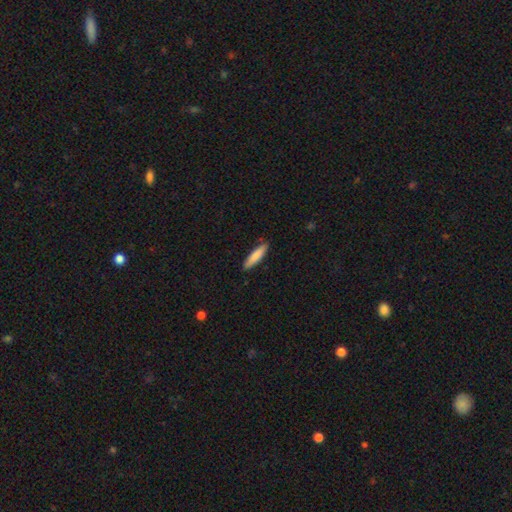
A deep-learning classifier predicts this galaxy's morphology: Overall: smooth (82%). How rounded: cigar-shaped (78%). Merging: none (88%).